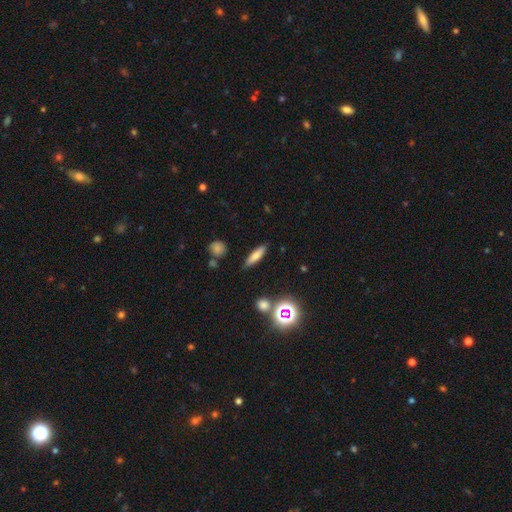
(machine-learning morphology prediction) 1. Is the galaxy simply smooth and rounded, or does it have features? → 68% smooth, 19% featured or disk, 13% star or artifact.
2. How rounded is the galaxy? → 68% cigar-shaped, 28% in between, 4% round.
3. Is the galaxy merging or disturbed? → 85% none, 10% minor disturbance, 3% major disturbance, 2% merger.